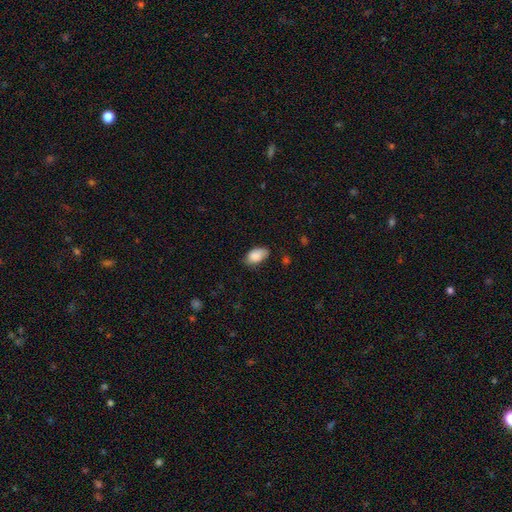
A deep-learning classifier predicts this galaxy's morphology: Smooth or featured? Predicted: smooth (p=0.87). How rounded? Predicted: in between (p=0.93). Merging? Predicted: none (p=0.67).